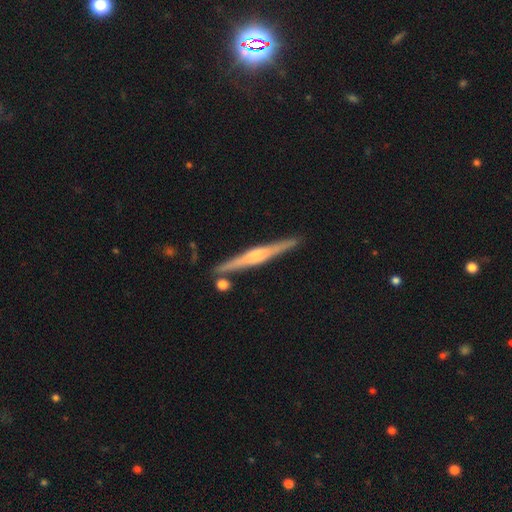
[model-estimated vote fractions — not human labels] featured or disk 76%, smooth 19%, star or artifact 5%. Down the decision tree: edge-on disk — yes (98%); edge-on bulge — rounded (61%); merging — none (87%).